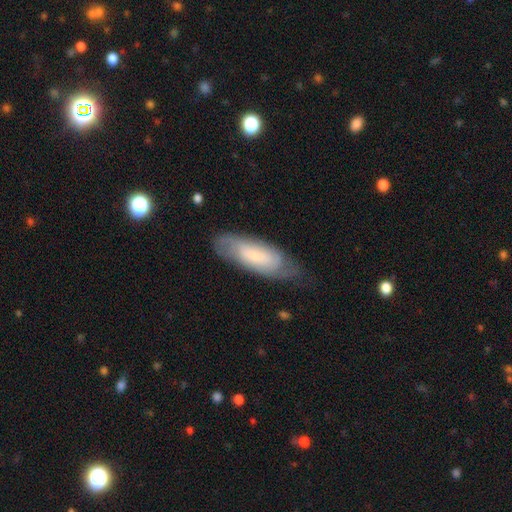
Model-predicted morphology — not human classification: smooth-or-featured: smooth: 49% | featured or disk: 44% | star or artifact: 7%
  merging: none: 67% | minor disturbance: 24% | major disturbance: 8% | merger: 2%